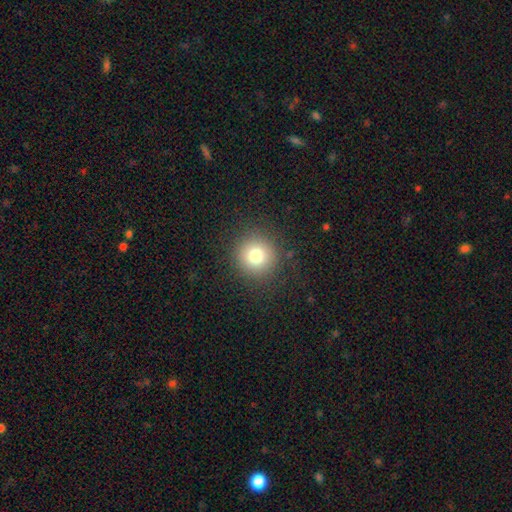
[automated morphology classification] A smooth galaxy with no disk features (78%) that is round (95%). Merging: none (89%).